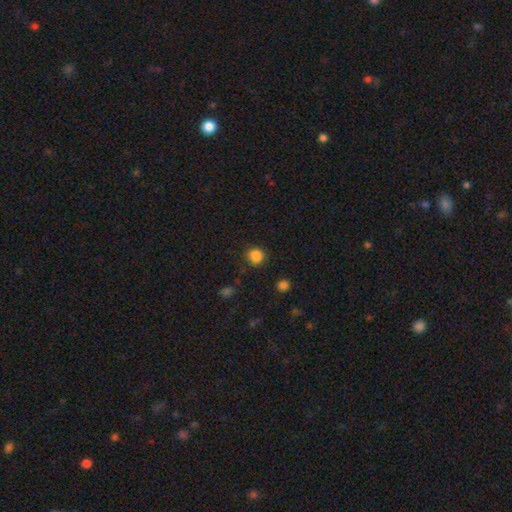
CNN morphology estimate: The model was most divided on "merging": none: 79%, minor disturbance: 14%, major disturbance: 4%, merger: 3%. More confident: smooth or featured — smooth (84%); how rounded — round (84%).